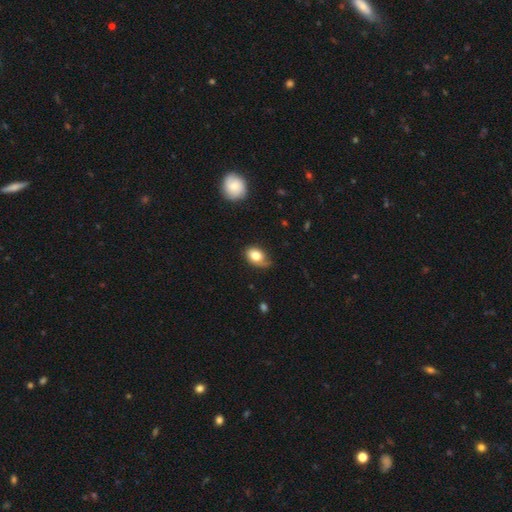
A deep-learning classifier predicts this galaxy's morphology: Smooth or featured?
  - smooth: 75% *
  - featured or disk: 18%
  - star or artifact: 8%
How rounded?
  - in between: 81% *
  - round: 17%
  - cigar-shaped: 1%
Merging?
  - none: 53% *
  - minor disturbance: 34%
  - major disturbance: 11%
  - merger: 2%